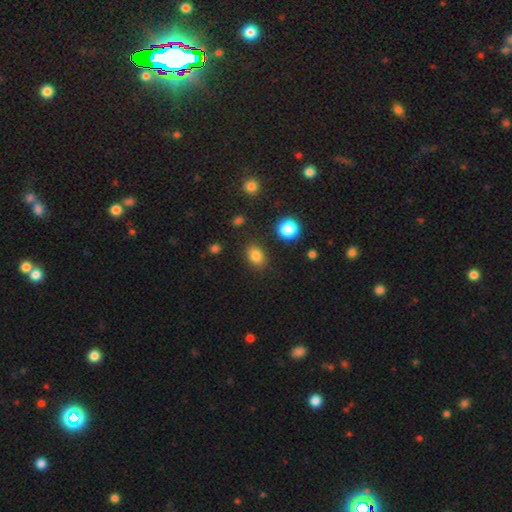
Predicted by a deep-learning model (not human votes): smooth 83%, star or artifact 11%, featured or disk 6%. Down the decision tree: how rounded — in between (69%); merging — none (85%).